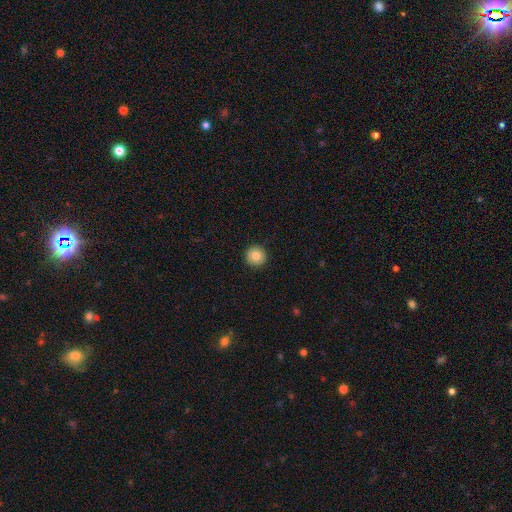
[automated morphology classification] Smooth or featured: smooth — 82% (star or artifact — 9%)
How rounded: round — 96% (in between — 3%)
Merging: none — 93% (minor disturbance — 5%)